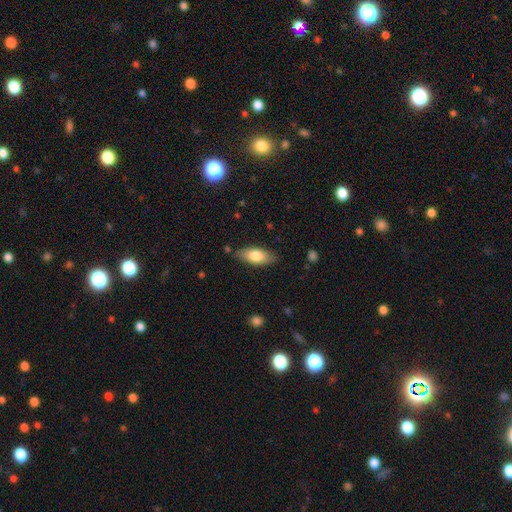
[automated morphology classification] This is likely a smooth galaxy (76%). How rounded: clearly in between (83%). Merging: clearly none (82%).